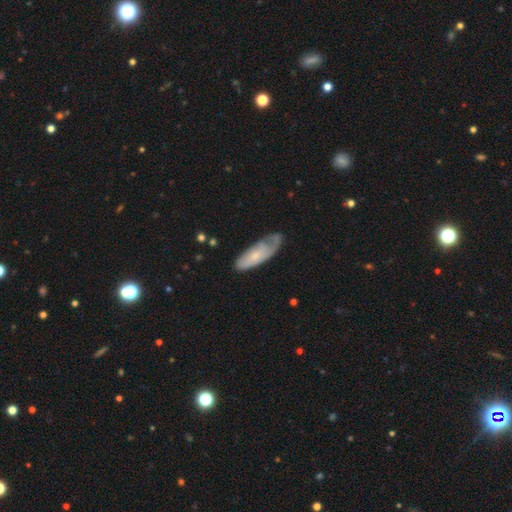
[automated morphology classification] Overall: smooth (49%; featured or disk 45%). Merging: none (50%; minor disturbance 31%).